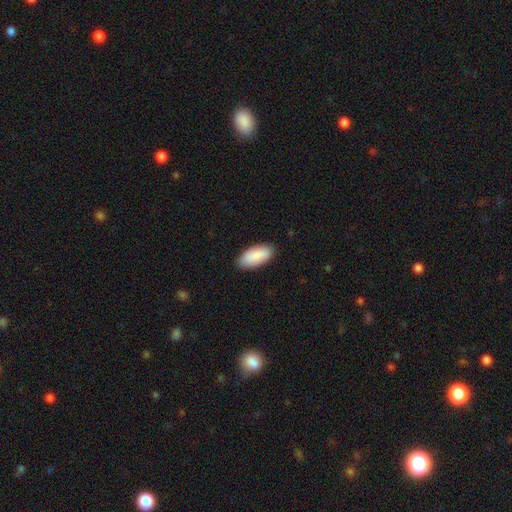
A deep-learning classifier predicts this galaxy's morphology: This appears to be a smooth galaxy with no disk features (88%) that is in between round and cigar-shaped (89%). Merging: none (87%).